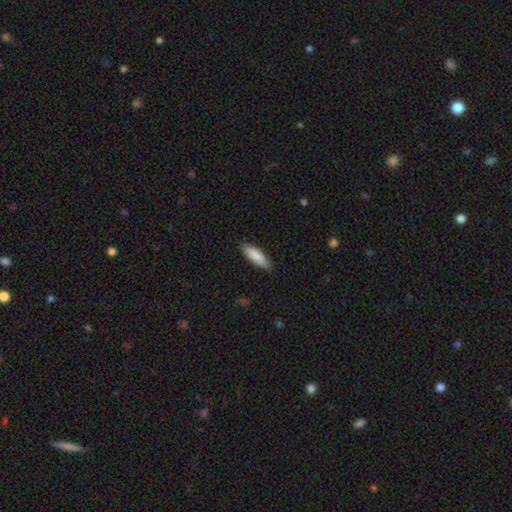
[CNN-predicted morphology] Q: Smooth or featured?
A: smooth (87%); runner-up: featured or disk (8%)
Q: How rounded?
A: cigar-shaped (50%); runner-up: in between (49%)
Q: Merging?
A: none (84%); runner-up: minor disturbance (12%)